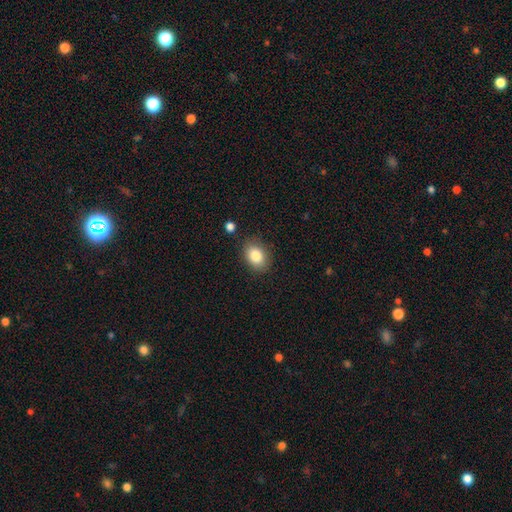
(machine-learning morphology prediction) type=smooth (84%); roundness=in between (71%); merging=none (83%).